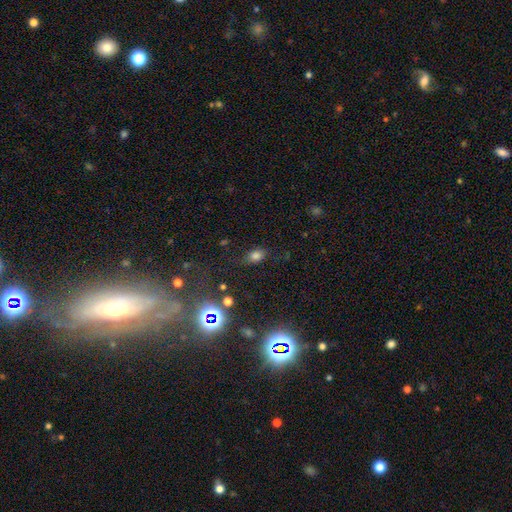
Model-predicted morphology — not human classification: Q: Smooth or featured?
A: smooth (75%); runner-up: star or artifact (18%)
Q: How rounded?
A: in between (75%); runner-up: round (23%)
Q: Merging?
A: none (74%); runner-up: minor disturbance (17%)